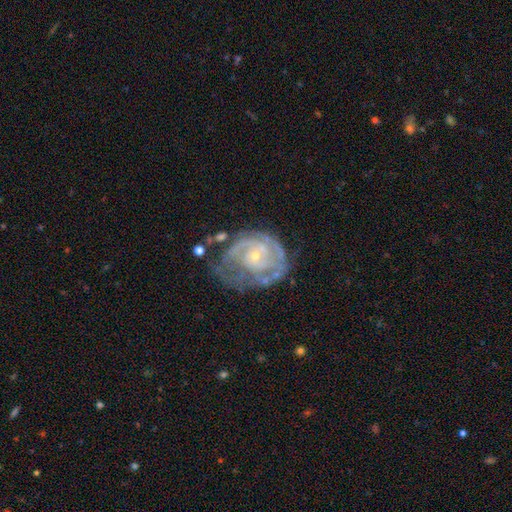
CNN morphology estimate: A featured or disk galaxy (84%) with no bar (75%), tight (66%) spiral arms (88%) and a small central bulge (76%). Merging: none (45%).